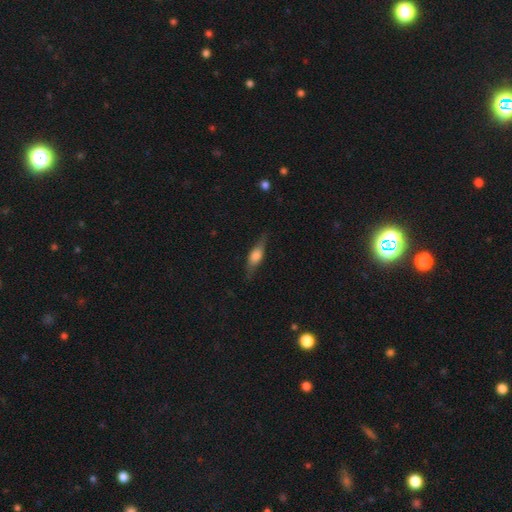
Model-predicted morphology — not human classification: Smooth or featured?
  - smooth: 46% * (tied)
  - featured or disk: 46% * (tied)
  - star or artifact: 8%
Merging?
  - none: 76% *
  - minor disturbance: 18%
  - major disturbance: 5%
  - merger: 1%